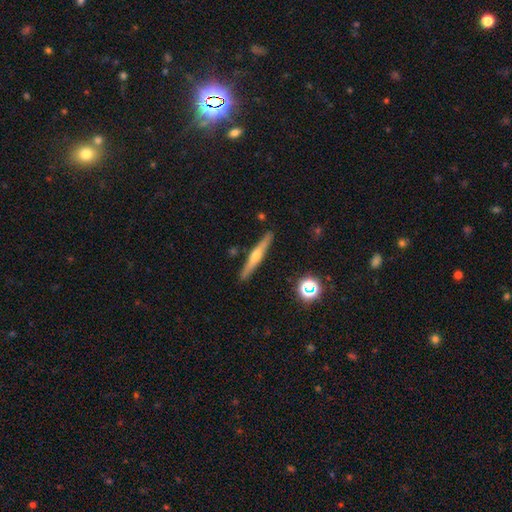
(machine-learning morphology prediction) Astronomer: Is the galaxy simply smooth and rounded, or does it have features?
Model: featured or disk — 65%.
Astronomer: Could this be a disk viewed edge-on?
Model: yes — 97%.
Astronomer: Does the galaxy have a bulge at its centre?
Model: rounded — 85%.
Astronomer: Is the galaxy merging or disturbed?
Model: none — 90%.